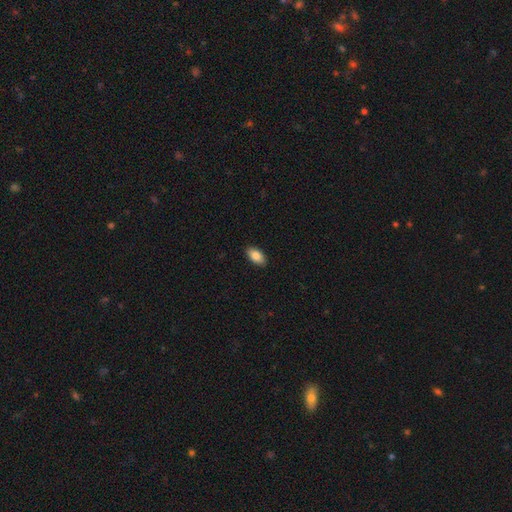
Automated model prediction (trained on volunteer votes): Smooth or featured?
  - smooth: 85% *
  - featured or disk: 8%
  - star or artifact: 7%
How rounded?
  - in between: 94% *
  - round: 4%
  - cigar-shaped: 3%
Merging?
  - none: 89% *
  - minor disturbance: 8%
  - major disturbance: 2%
  - merger: 1%